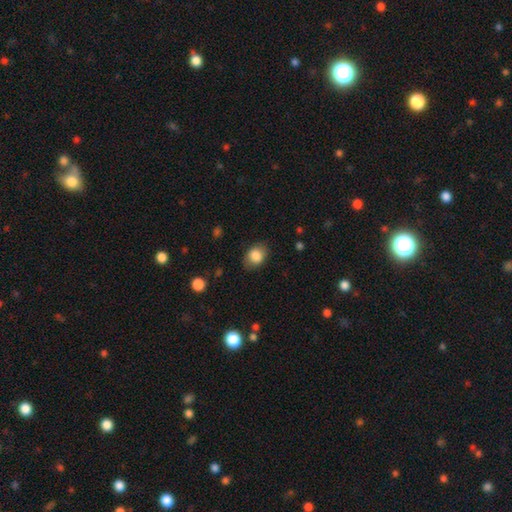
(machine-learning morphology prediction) This appears to be a smooth galaxy with no disk features (84%) that is in between round and cigar-shaped (65%). Merging: none (80%).